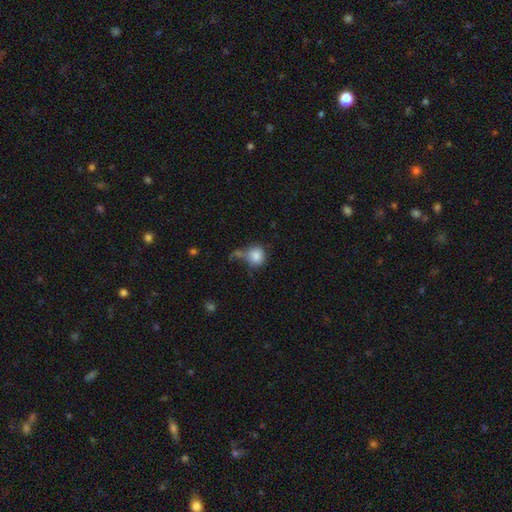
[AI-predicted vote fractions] Q: Smooth or featured?
A: smooth (84%); runner-up: star or artifact (9%)
Q: How rounded?
A: round (83%); runner-up: in between (16%)
Q: Merging?
A: none (45%); runner-up: minor disturbance (21%)